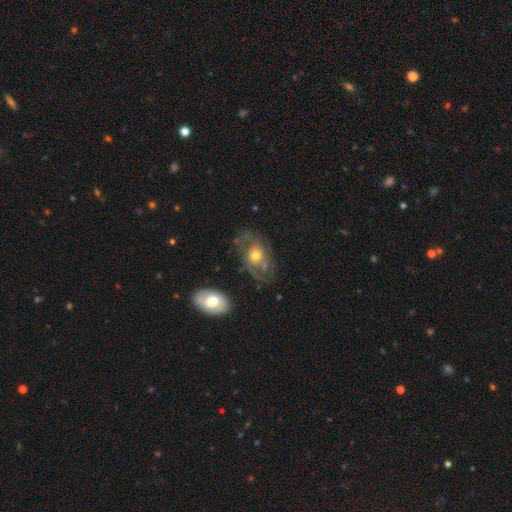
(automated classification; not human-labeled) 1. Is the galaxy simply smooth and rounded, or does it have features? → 54% featured or disk, 37% smooth, 8% star or artifact.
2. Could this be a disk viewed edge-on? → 93% no, 7% yes.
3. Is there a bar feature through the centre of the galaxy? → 82% no, 15% weak, 4% strong.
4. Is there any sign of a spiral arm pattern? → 50% no (tied), 50% yes (tied).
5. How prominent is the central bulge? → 66% moderate, 22% small, 9% large, 1% none, 1% dominant.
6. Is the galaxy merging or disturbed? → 50% none, 23% minor disturbance, 22% major disturbance, 5% merger.